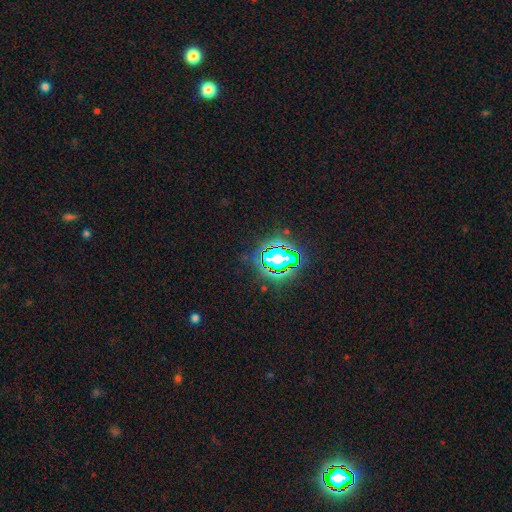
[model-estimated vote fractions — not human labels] The model was most divided on "smooth or featured": star or artifact: 82%, smooth: 12%, featured or disk: 7%.